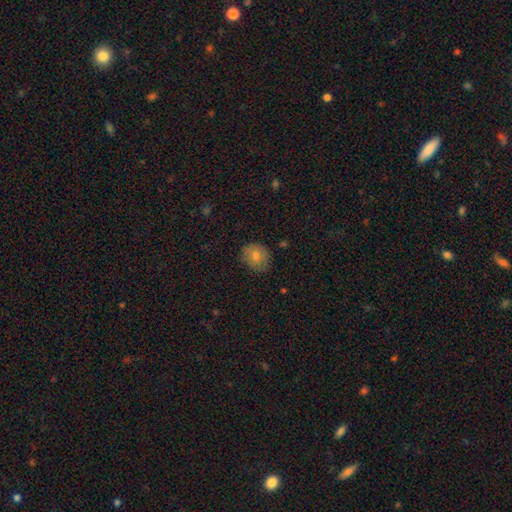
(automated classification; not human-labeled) A smooth galaxy with no disk features (68%) that is round (76%). Merging: none (82%).